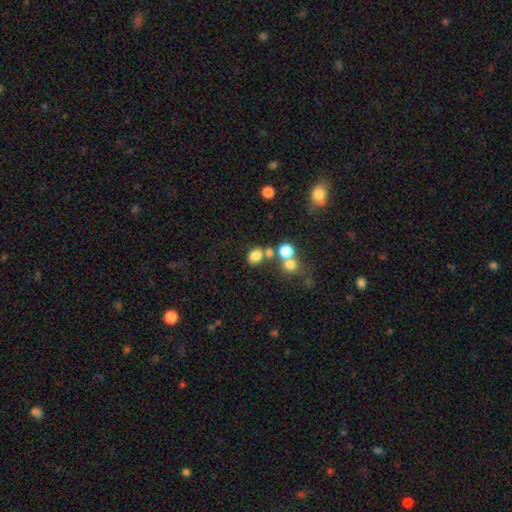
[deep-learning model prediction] This appears to be a smooth galaxy with no disk features (78%) that is in between round and cigar-shaped (57%). Merging: none (59%).